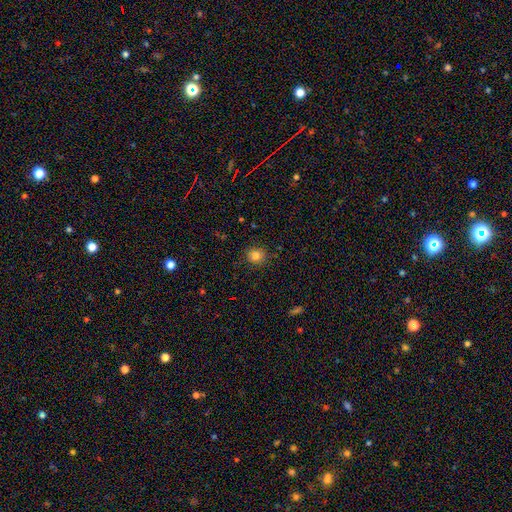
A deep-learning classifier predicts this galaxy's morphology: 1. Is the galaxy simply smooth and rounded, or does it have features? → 83% smooth, 12% star or artifact, 5% featured or disk.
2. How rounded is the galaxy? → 87% round, 12% in between, 1% cigar-shaped.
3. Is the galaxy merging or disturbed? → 88% none, 8% minor disturbance, 2% major disturbance, 1% merger.